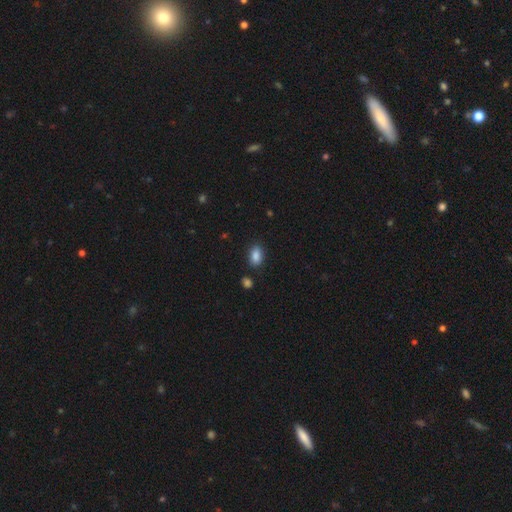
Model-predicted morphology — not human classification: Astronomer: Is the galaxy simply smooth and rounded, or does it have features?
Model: smooth — 87%.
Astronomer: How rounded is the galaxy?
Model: in between — 88%.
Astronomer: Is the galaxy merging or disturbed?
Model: none — 84%.